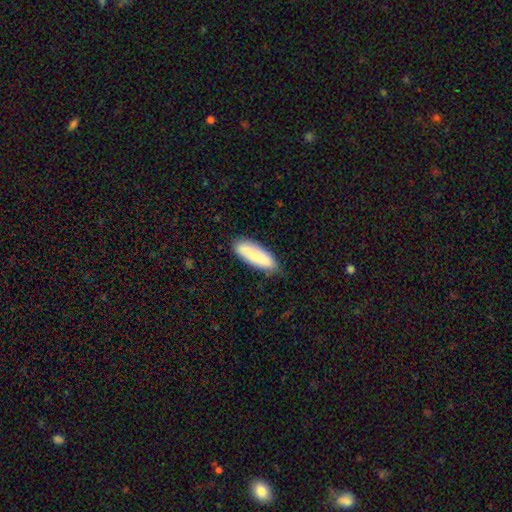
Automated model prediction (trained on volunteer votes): The model was most divided on "how rounded": in between: 53%, cigar-shaped: 46%, round: 2%. More confident: merging — none (81%); smooth or featured — smooth (77%).